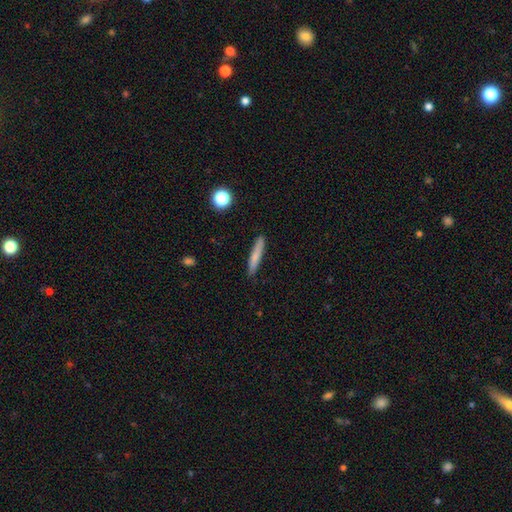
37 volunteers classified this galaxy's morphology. smooth-or-featured: smooth: 78% | featured or disk: 19% | star or artifact: 3%
  how-rounded: cigar-shaped: 86% | in between: 14% | round: 0%
  merging: none: 81% | minor disturbance: 17% | merger: 3% | major disturbance: 0%